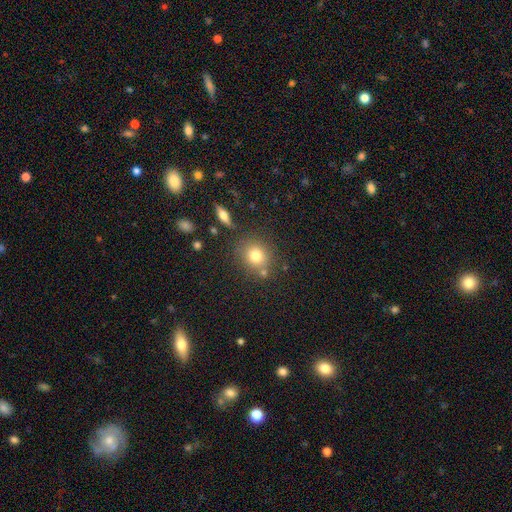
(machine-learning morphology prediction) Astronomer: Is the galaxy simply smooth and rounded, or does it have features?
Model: smooth — 77%.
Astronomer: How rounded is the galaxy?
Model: round — 79%.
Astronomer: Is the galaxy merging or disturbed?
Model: none — 75%.